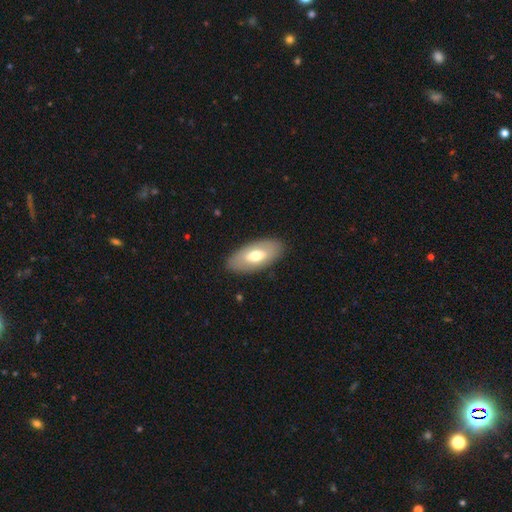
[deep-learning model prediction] A smooth galaxy with no disk features (61%) that is in between round and cigar-shaped (91%).

Vote fractions:
- Smooth or featured? smooth: 61% / featured or disk: 33% / star or artifact: 6%
- How rounded? in between: 91% / cigar-shaped: 6% / round: 3%
- Merging? none: 86% / minor disturbance: 10% / major disturbance: 3% / merger: 1%